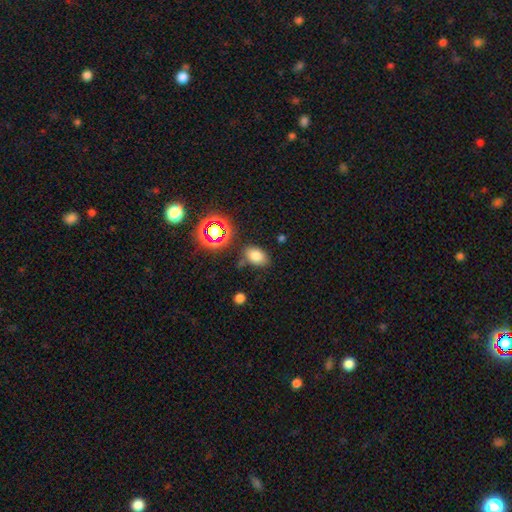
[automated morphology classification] smooth 75%, star or artifact 17%, featured or disk 9%. Down the decision tree: how rounded — in between (83%); merging — none (76%).